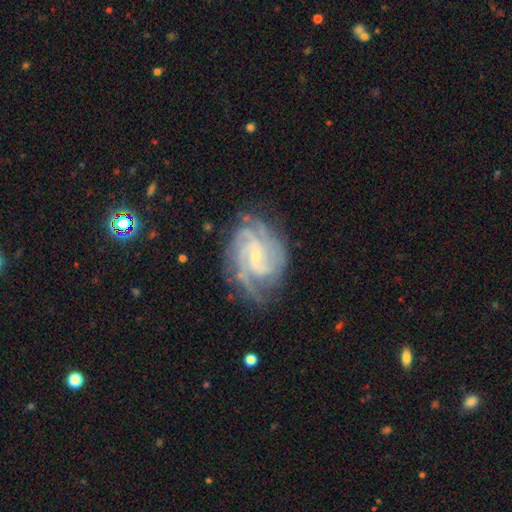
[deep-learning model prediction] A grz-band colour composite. It shows a featured or disk galaxy (89%) with no bar (45%), 3 (26%) tight (58%) spiral arms (98%) and a small central bulge (76%). Merging: none (73%).